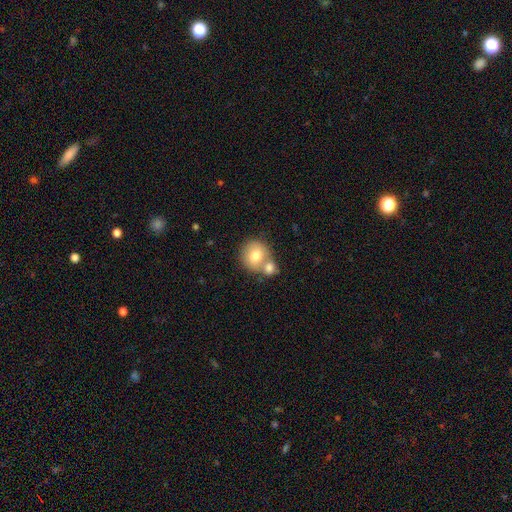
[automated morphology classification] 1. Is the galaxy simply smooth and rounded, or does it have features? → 75% smooth, 17% featured or disk, 8% star or artifact.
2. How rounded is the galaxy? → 85% round, 14% in between, 1% cigar-shaped.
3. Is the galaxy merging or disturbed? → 48% merger, 41% none, 8% minor disturbance, 3% major disturbance.